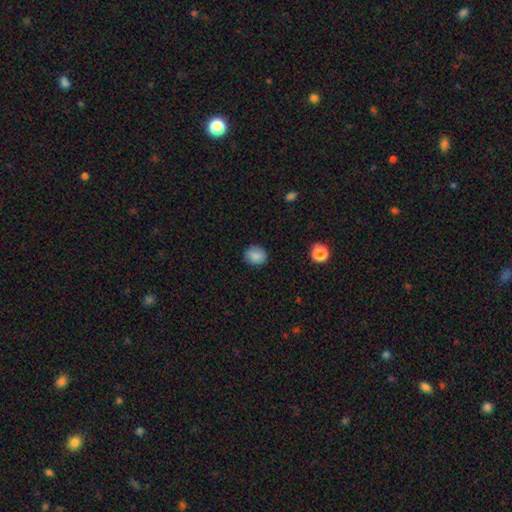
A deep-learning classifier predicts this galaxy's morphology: smooth 84%, star or artifact 9%, featured or disk 6%. Down the decision tree: how rounded — round (66%); merging — none (85%).